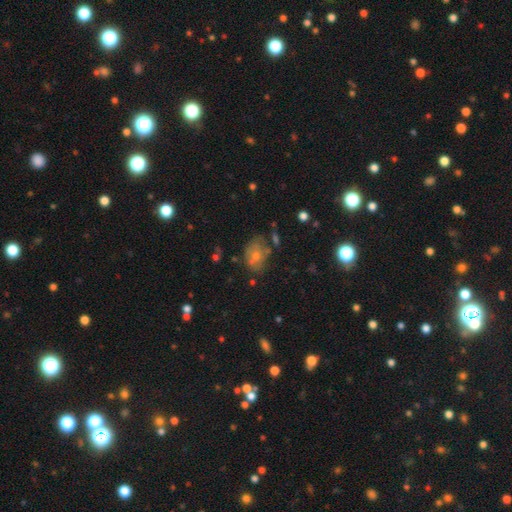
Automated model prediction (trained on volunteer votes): Morphology: type=smooth (60%); roundness=in between (74%); merging=none (44%).